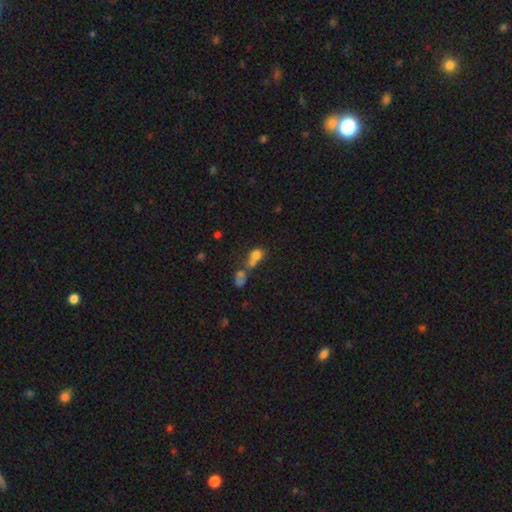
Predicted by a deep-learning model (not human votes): Overall: smooth (67%). How rounded: round (50%; in between 47%). Merging: merger (59%; none 23%).